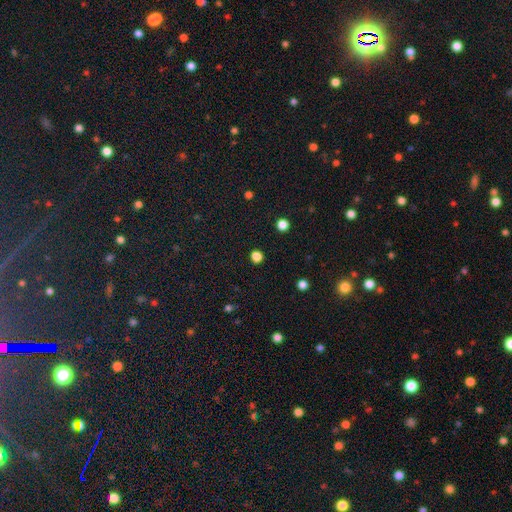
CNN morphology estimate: type=smooth (77%); roundness=round (84%); merging=none (89%).